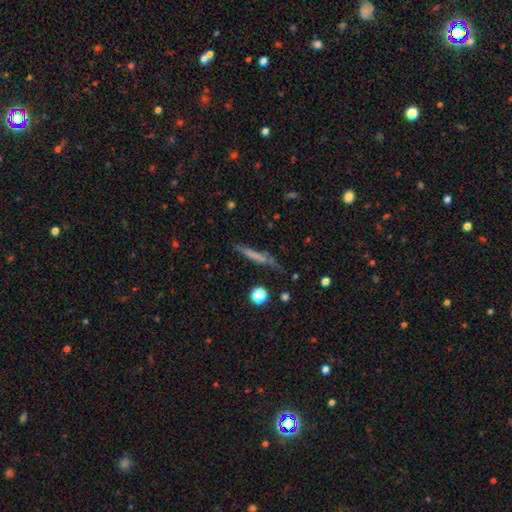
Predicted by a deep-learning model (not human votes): This is possibly a smooth galaxy (52%). How rounded: clearly cigar-shaped (89%). Merging: likely none (69%).